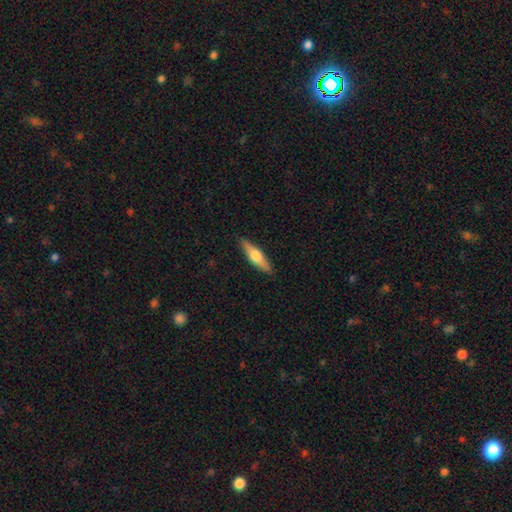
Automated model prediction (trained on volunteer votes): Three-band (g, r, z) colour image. It shows a featured or disk galaxy (53%) viewed edge-on (94%). Merging: none (89%).